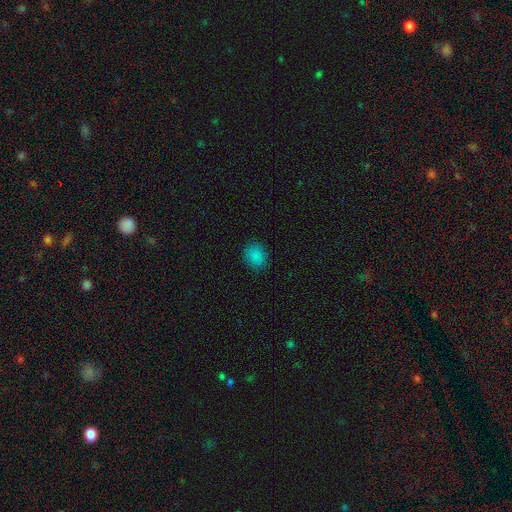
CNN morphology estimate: A smooth galaxy with no disk features (84%) that is round (56%). Merging: none (86%).